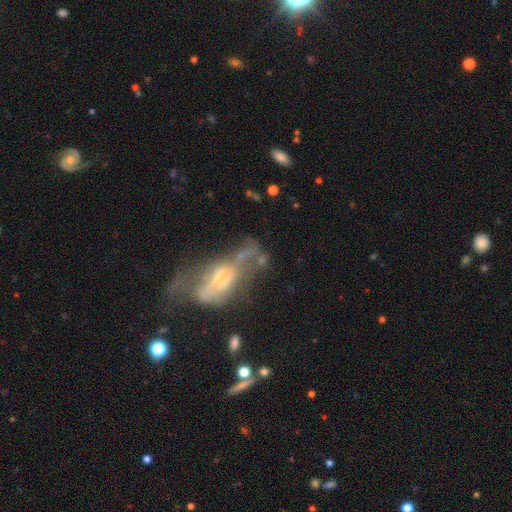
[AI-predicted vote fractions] Overall: featured or disk (62%; smooth 25%). Edge-on disk: no (77%). Merging: major disturbance (42%; none 24%).